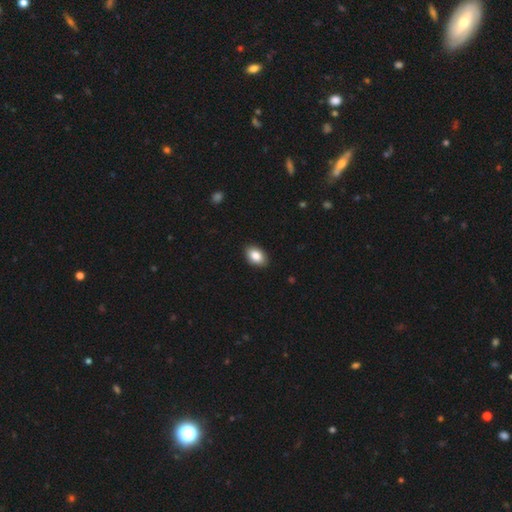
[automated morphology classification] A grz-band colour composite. It shows a smooth galaxy with no disk features (87%) that is in between round and cigar-shaped (88%). Merging: none (89%).